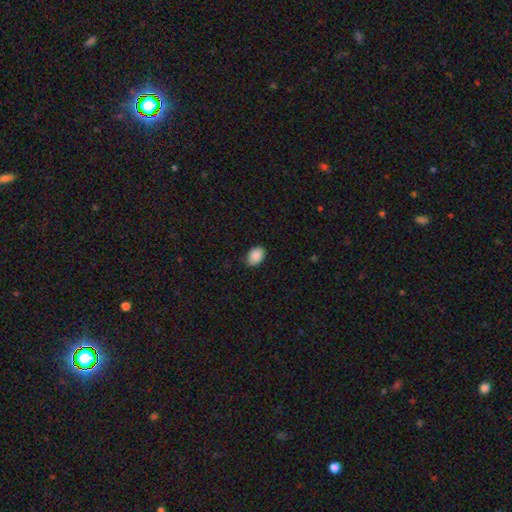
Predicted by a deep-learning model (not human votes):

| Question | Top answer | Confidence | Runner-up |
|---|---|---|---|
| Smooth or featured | smooth | 89% | star or artifact (8%) |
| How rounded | in between | 79% | round (20%) |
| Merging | none | 79% | minor disturbance (18%) |